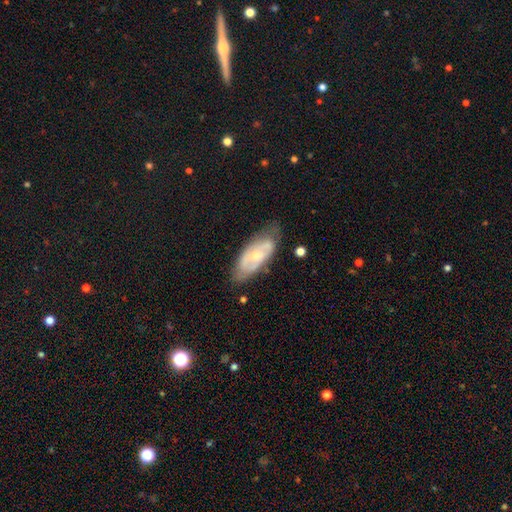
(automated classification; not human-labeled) Smooth or featured? featured or disk (60%)
Edge-on disk? no (88%)
Bar? no (67%)
Spiral arms? yes (52%)
Bulge size? small (57%)
Merging? none (63%)